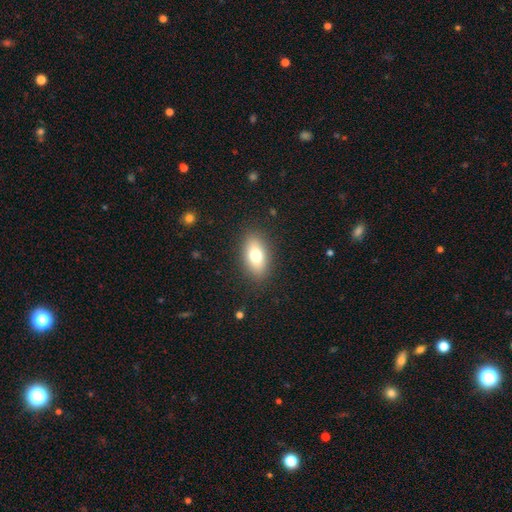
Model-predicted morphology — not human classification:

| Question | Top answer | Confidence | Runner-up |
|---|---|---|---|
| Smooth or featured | smooth | 74% | featured or disk (17%) |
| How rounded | in between | 87% | round (7%) |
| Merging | none | 87% | minor disturbance (9%) |